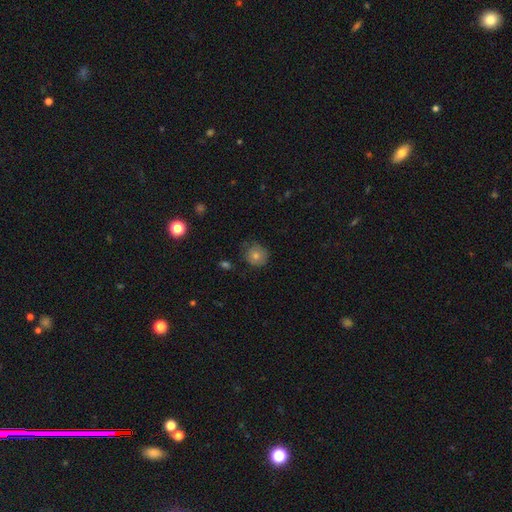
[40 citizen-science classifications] Morphology: type=smooth (75%); roundness=round (90%); merging=none (78%).